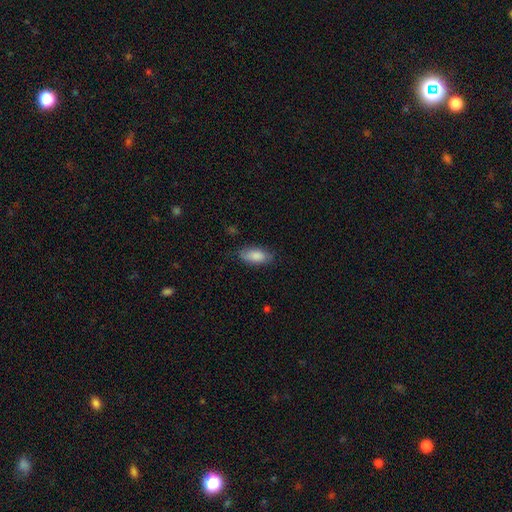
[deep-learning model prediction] This appears to be a smooth galaxy with no disk features (84%) that is in between round and cigar-shaped (85%). Merging: none (78%).